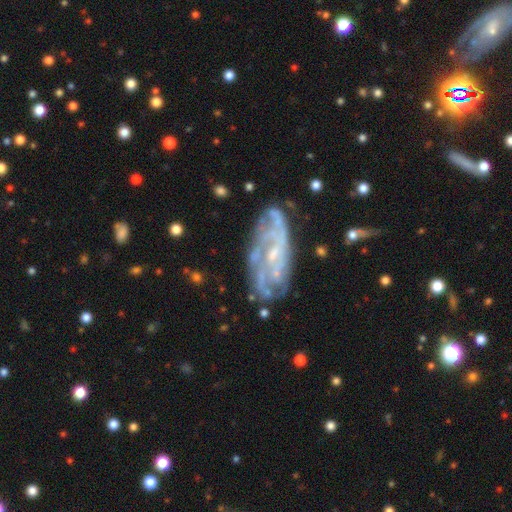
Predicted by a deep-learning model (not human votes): Q: Smooth or featured?
A: featured or disk (82%); runner-up: smooth (11%)
Q: Edge-on disk?
A: no (93%); runner-up: yes (7%)
Q: Bar?
A: no (56%); runner-up: weak (34%)
Q: Spiral arms?
A: yes (83%); runner-up: no (17%)
Q: Spiral winding?
A: tight (50%); runner-up: medium (36%)
Q: Spiral arm count?
A: can't tell (46%); runner-up: 3 (16%)
Q: Bulge size?
A: small (62%); runner-up: moderate (26%)
Q: Merging?
A: none (63%); runner-up: minor disturbance (21%)